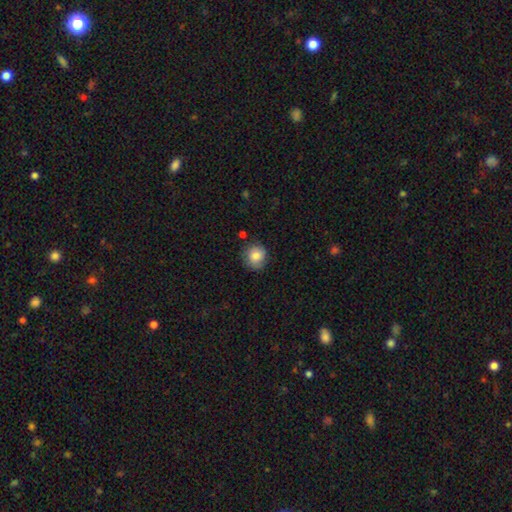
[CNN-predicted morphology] smooth 81%, featured or disk 11%, star or artifact 8%. Down the decision tree: how rounded — round (89%); merging — none (79%).